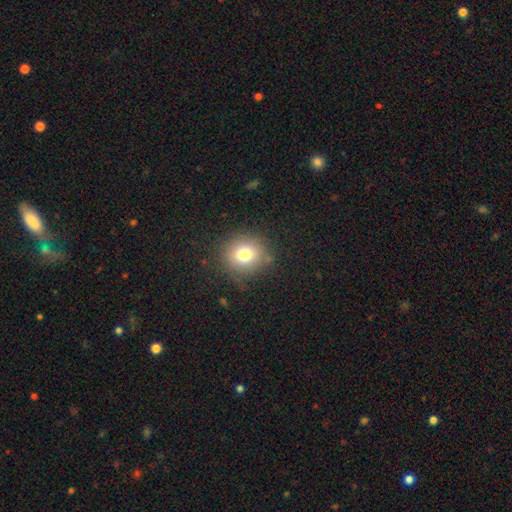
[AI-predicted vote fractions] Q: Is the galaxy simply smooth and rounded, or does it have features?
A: smooth — 73%.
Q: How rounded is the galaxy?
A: round — 86%.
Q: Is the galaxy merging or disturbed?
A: none — 90%.